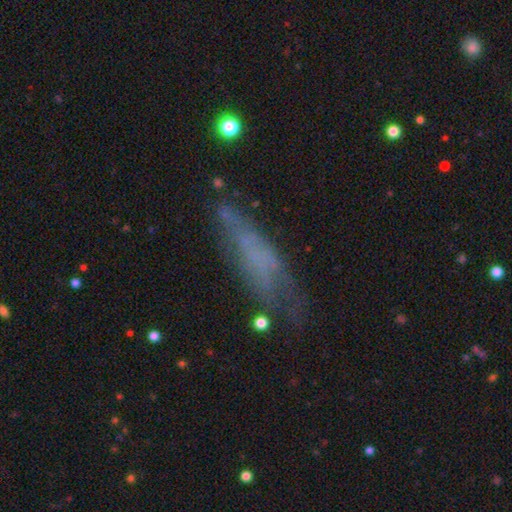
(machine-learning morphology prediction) smooth-or-featured: smooth: 43% | featured or disk: 41% | star or artifact: 16%
  merging: none: 55% | minor disturbance: 25% | major disturbance: 16% | merger: 4%